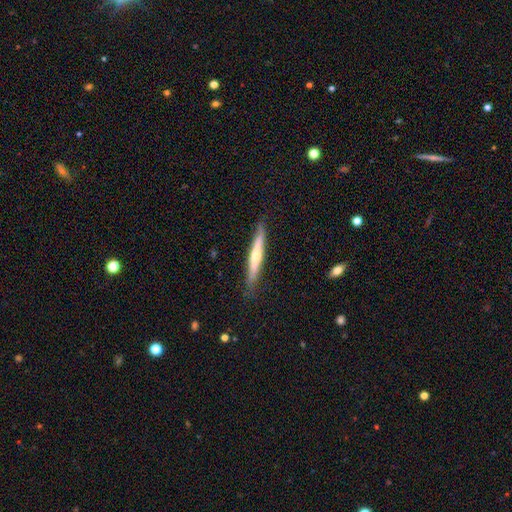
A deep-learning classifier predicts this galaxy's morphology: A featured or disk galaxy (56%) viewed edge-on (95%) with a rounded central bulge (74%). Merging: none (85%).